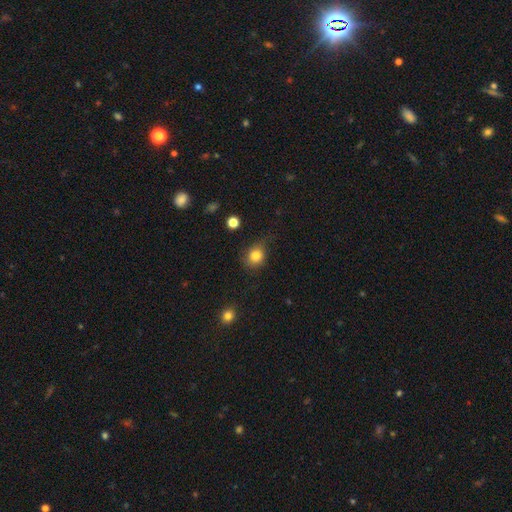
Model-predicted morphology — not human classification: Q: Smooth or featured?
A: smooth (82%); runner-up: star or artifact (11%)
Q: How rounded?
A: round (67%); runner-up: in between (32%)
Q: Merging?
A: none (69%); runner-up: minor disturbance (23%)